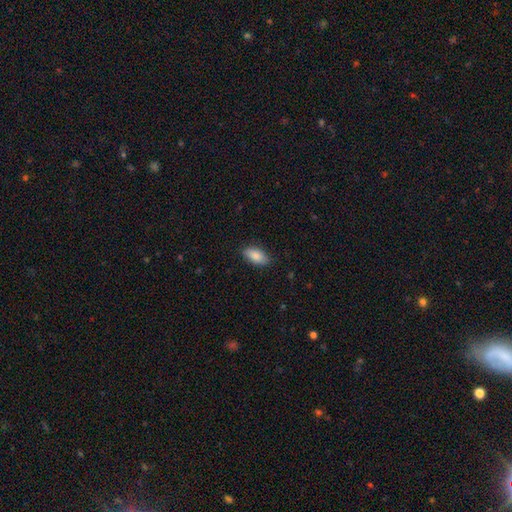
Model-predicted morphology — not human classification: Q: Smooth or featured?
A: smooth (86%); runner-up: featured or disk (8%)
Q: How rounded?
A: in between (92%); runner-up: cigar-shaped (5%)
Q: Merging?
A: none (84%); runner-up: minor disturbance (13%)